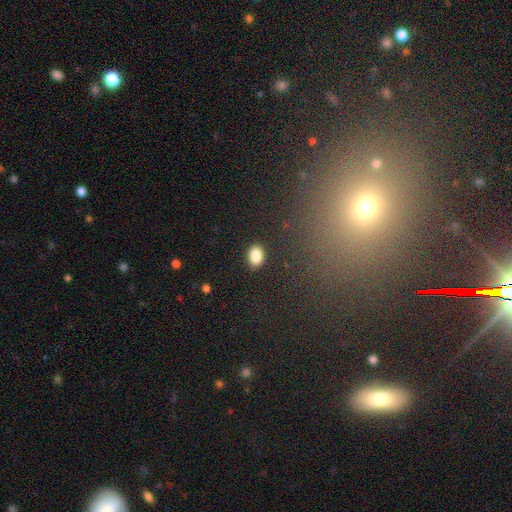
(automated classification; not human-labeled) Smooth or featured: smooth — 86% (star or artifact — 9%)
How rounded: in between — 84% (round — 15%)
Merging: none — 88% (minor disturbance — 9%)